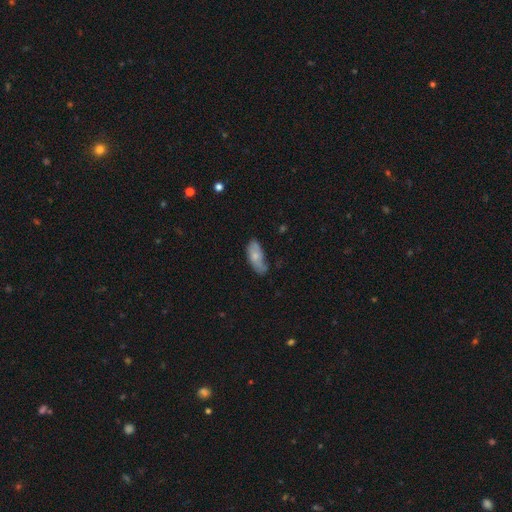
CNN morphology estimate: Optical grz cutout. It shows a smooth galaxy with no disk features (65%) that is in between round and cigar-shaped (84%). Merging: none (50%).